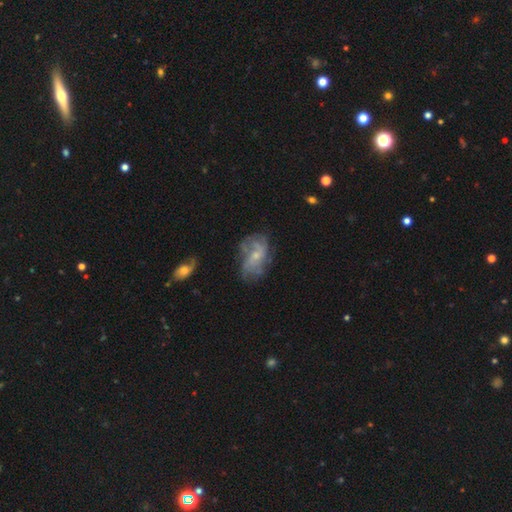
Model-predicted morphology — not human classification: This is likely a featured or disk galaxy (67%). It is clearly not viewed edge-on (96%). Bar: likely no (68%). Spiral arm pattern: likely yes (76%). Central bulge: likely small (66%). Merging: possibly none (54%).